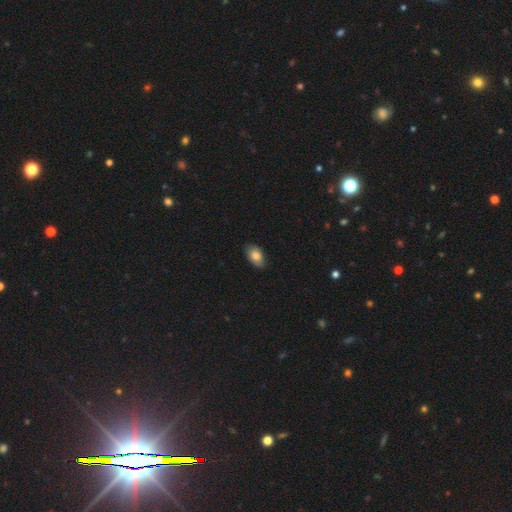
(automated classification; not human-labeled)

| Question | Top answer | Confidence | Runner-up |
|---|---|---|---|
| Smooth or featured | smooth | 82% | featured or disk (10%) |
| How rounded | in between | 91% | round (7%) |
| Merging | none | 84% | minor disturbance (13%) |